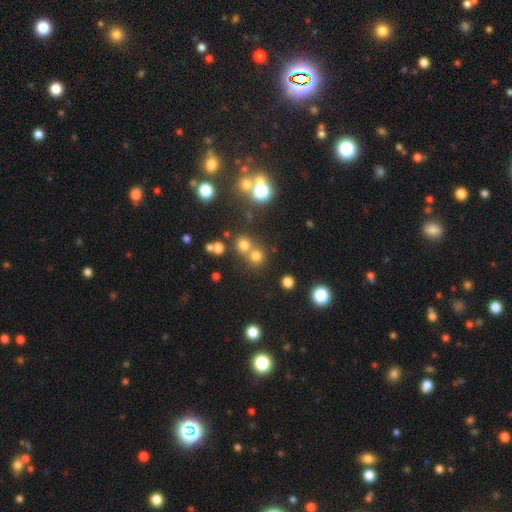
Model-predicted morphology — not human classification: type=smooth (69%); roundness=round (91%); merging=none (60%).